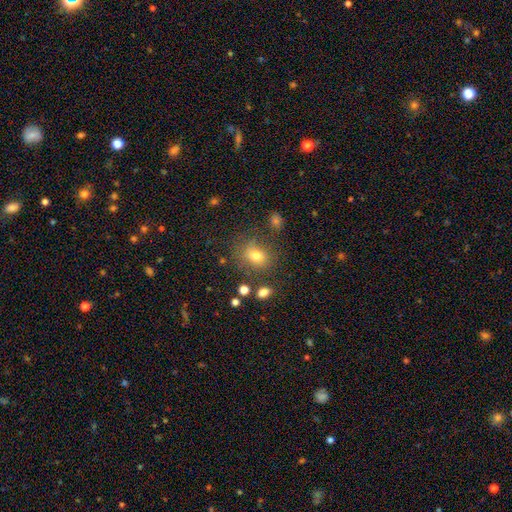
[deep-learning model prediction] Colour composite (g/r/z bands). It shows a smooth galaxy with no disk features (75%) that is in between round and cigar-shaped (53%). Merging: none (70%).